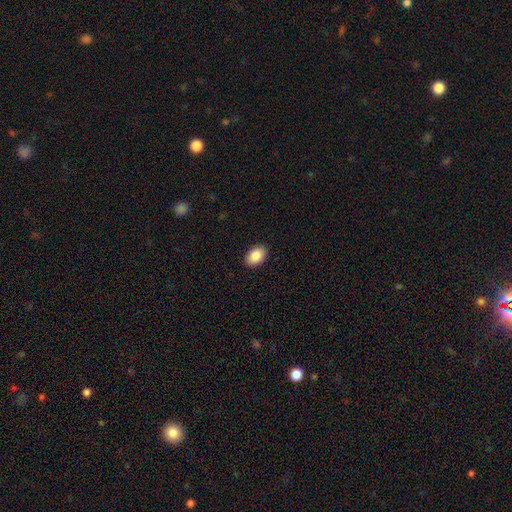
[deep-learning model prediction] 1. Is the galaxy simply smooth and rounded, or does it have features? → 86% smooth, 7% star or artifact, 6% featured or disk.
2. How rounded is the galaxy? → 88% in between, 11% round, 1% cigar-shaped.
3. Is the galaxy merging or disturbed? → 91% none, 7% minor disturbance, 2% major disturbance, 1% merger.